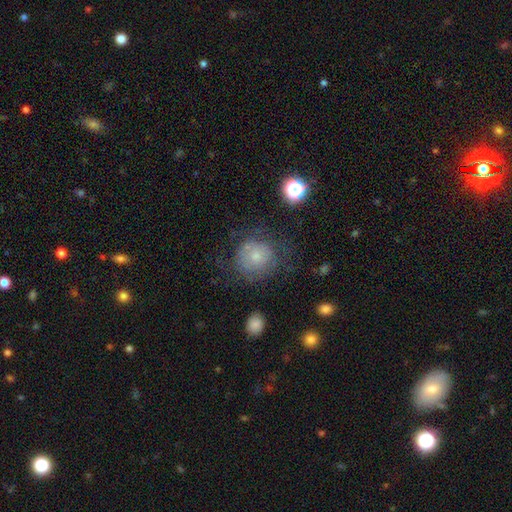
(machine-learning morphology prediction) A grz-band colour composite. It shows a smooth galaxy with no disk features (66%) that is round (88%). Merging: none (57%).